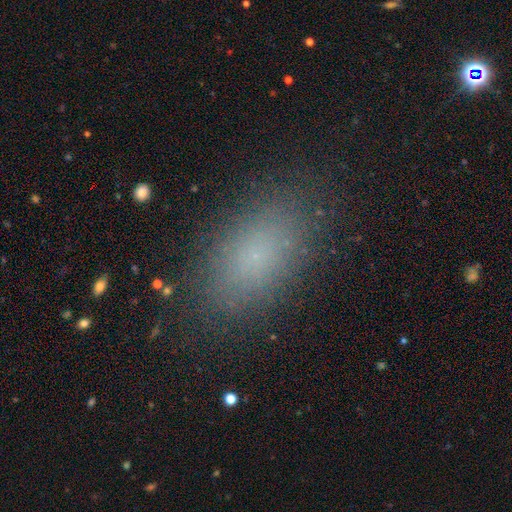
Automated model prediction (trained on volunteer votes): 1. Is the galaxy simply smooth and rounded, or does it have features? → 77% smooth, 14% star or artifact, 8% featured or disk.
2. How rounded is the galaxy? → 90% in between, 7% round, 3% cigar-shaped.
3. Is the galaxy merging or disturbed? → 85% none, 10% minor disturbance, 4% major disturbance, 1% merger.